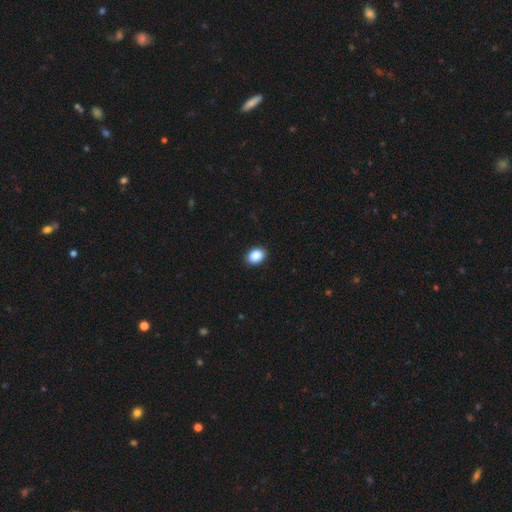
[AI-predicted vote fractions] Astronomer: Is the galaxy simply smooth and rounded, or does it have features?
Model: smooth — 89%.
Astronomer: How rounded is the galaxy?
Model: in between — 70%.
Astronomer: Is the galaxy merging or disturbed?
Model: none — 91%.